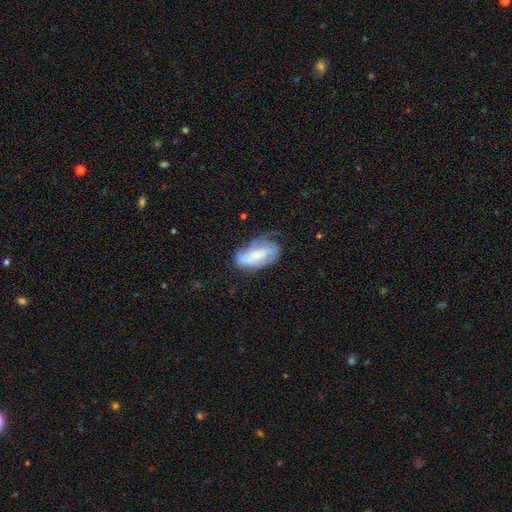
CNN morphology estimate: The model was most divided on "smooth or featured" (2-way tie): smooth: 46%, featured or disk: 46%, star or artifact: 8%. Remaining: merging — none (48%).